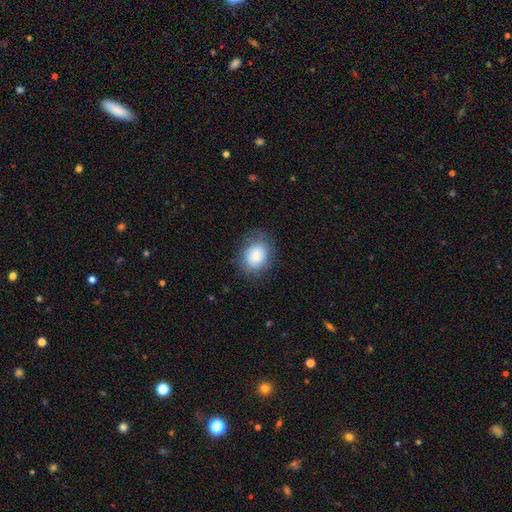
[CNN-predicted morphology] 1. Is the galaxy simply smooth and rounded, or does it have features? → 85% smooth, 8% star or artifact, 7% featured or disk.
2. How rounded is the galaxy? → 51% in between, 48% round, 1% cigar-shaped.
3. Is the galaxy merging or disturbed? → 74% none, 18% minor disturbance, 7% major disturbance, 1% merger.